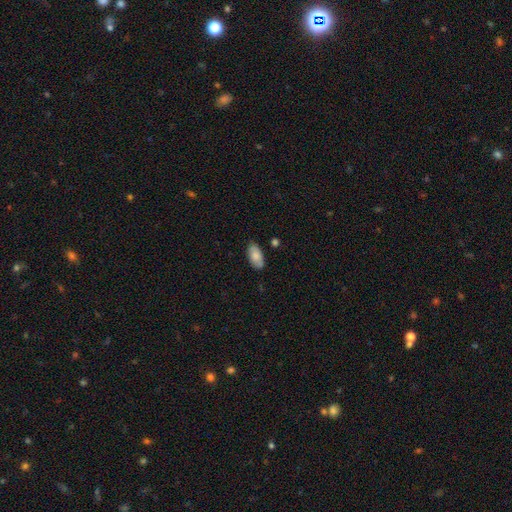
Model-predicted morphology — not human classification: Smooth or featured: smooth — 82% (featured or disk — 12%)
How rounded: in between — 94% (cigar-shaped — 4%)
Merging: none — 82% (minor disturbance — 13%)